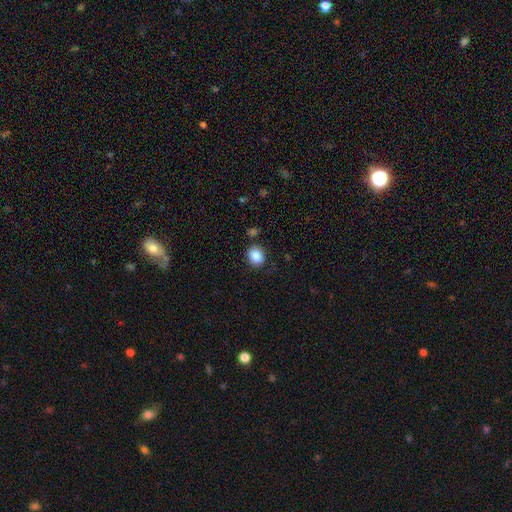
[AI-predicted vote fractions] smooth 87%, star or artifact 9%, featured or disk 5%. Down the decision tree: how rounded — round (65%); merging — none (84%).